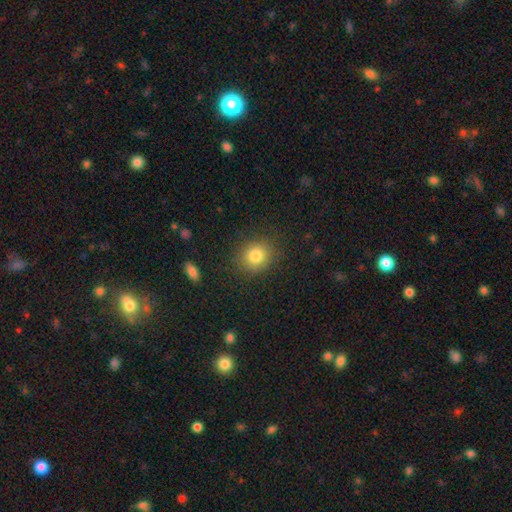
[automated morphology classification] Smooth or featured: smooth — 82% (star or artifact — 11%)
How rounded: round — 75% (in between — 24%)
Merging: none — 85% (minor disturbance — 10%)